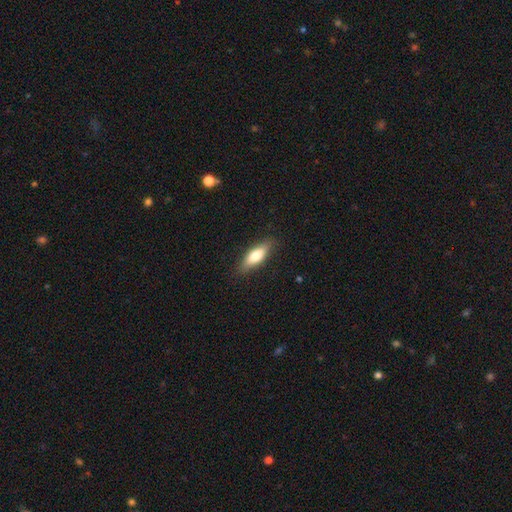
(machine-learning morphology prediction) smooth_or_featured: smooth (p=0.69) [alt: featured or disk p=0.25]
how_rounded: in between (p=0.57) [alt: cigar-shaped p=0.41]
merging: none (p=0.85) [alt: minor disturbance p=0.12]